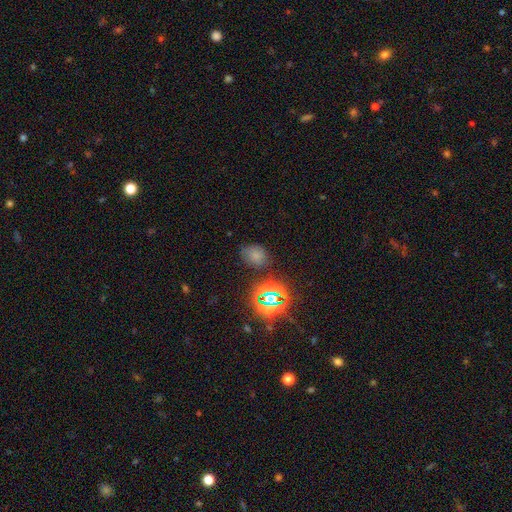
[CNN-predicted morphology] Smooth or featured: smooth — 65% (star or artifact — 27%)
How rounded: round — 51% (in between — 48%)
Merging: none — 73% (minor disturbance — 17%)